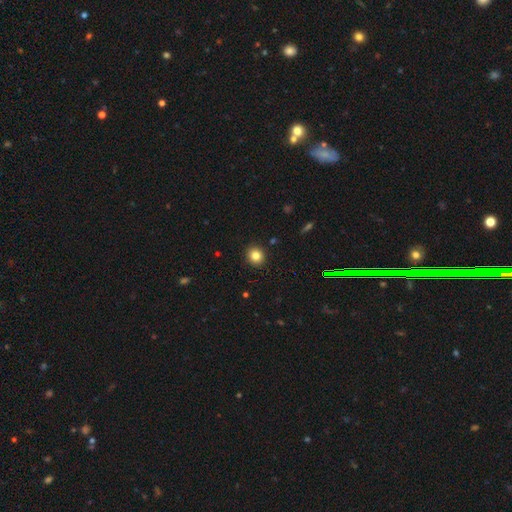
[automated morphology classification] This is clearly a smooth galaxy (83%). How rounded: clearly round (88%). Merging: clearly none (92%).